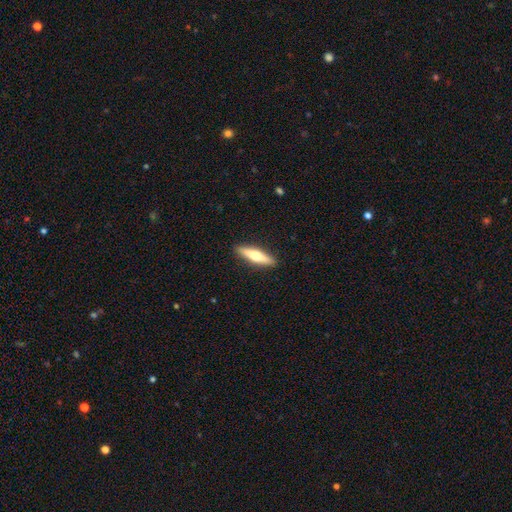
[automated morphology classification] smooth_or_featured: smooth (p=0.47) [tied with: featured or disk p=0.47]
merging: none (p=0.91) [alt: minor disturbance p=0.07]